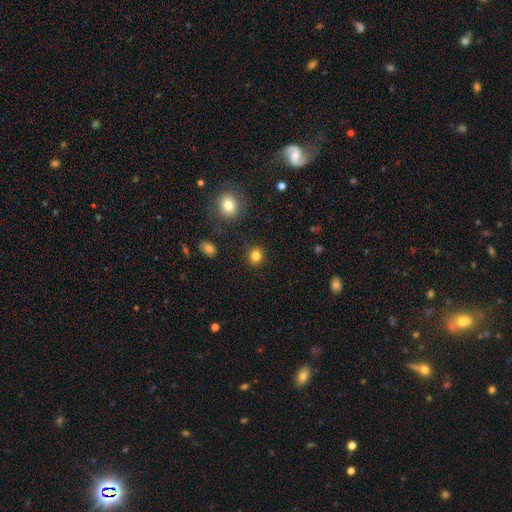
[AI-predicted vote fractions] This is clearly a smooth galaxy (83%). How rounded: clearly round (82%). Merging: clearly none (88%).